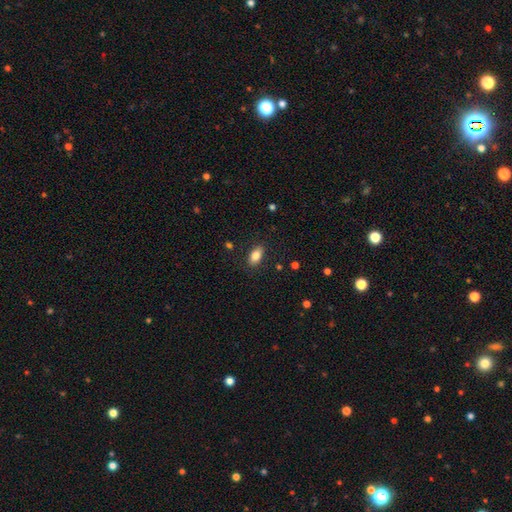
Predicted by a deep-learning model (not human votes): This is clearly a smooth galaxy (83%). How rounded: clearly in between (90%). Merging: clearly none (87%).